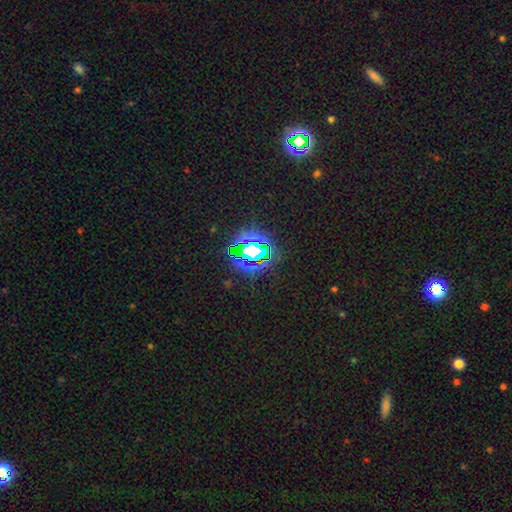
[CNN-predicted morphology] star or artifact 71%, smooth 17%, featured or disk 13%.